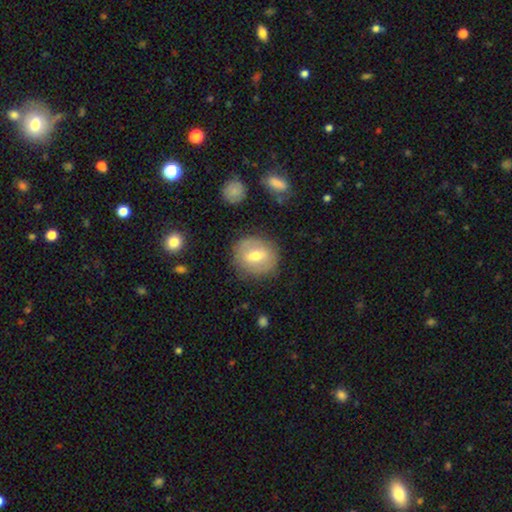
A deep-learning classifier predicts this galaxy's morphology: Smooth or featured?
  - smooth: 54% *
  - featured or disk: 39%
  - star or artifact: 7%
How rounded?
  - round: 73% *
  - in between: 26%
  - cigar-shaped: 1%
Merging?
  - none: 80% *
  - minor disturbance: 13%
  - major disturbance: 5%
  - merger: 2%